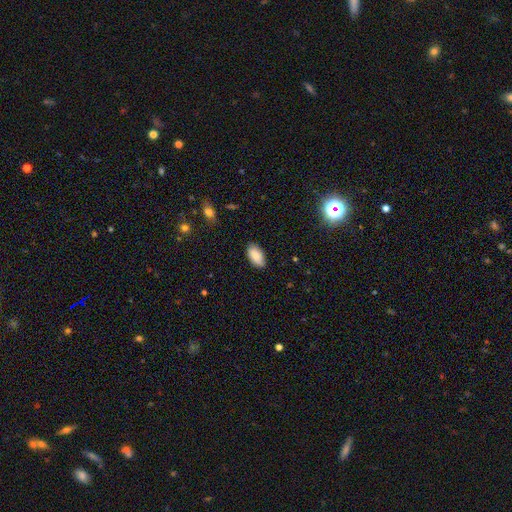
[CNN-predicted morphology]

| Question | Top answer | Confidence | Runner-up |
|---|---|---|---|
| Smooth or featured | smooth | 86% | featured or disk (7%) |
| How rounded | in between | 94% | cigar-shaped (3%) |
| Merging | none | 83% | minor disturbance (13%) |